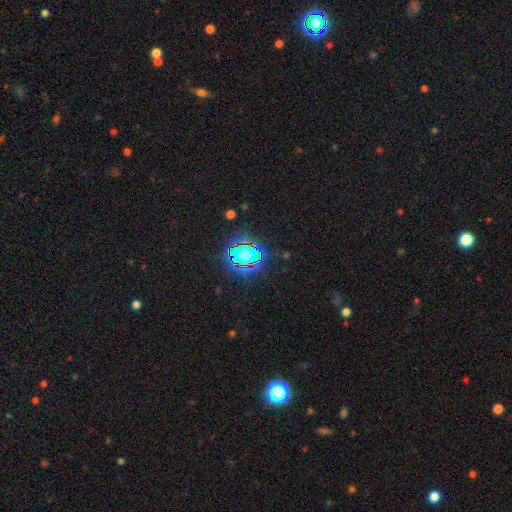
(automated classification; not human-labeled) Q: Smooth or featured?
A: star or artifact (82%); runner-up: smooth (11%)